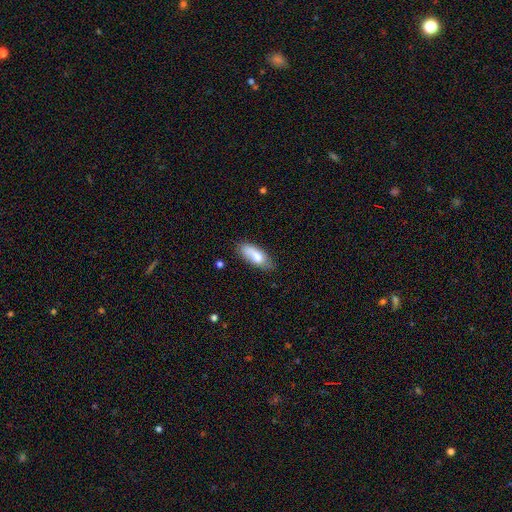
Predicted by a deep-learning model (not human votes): A smooth galaxy with no disk features (74%) that is in between round and cigar-shaped (80%). Merging: none (62%).